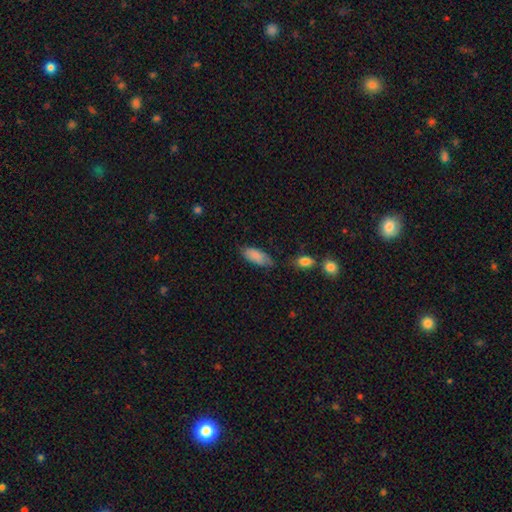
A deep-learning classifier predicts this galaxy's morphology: This appears to be a smooth galaxy with no disk features (86%) that is in between round and cigar-shaped (84%). Merging: none (66%).